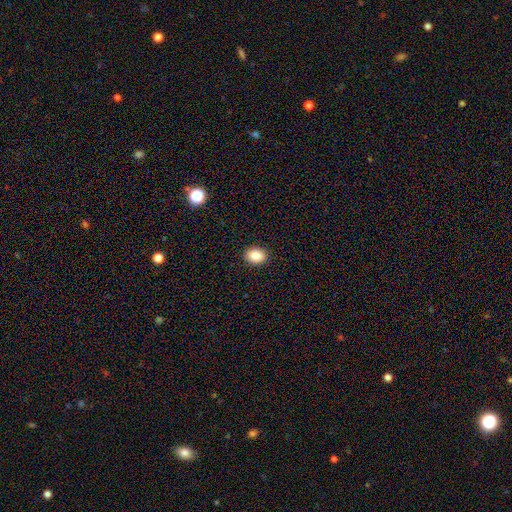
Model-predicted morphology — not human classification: The model was most divided on "how rounded": in between: 66%, round: 33%, cigar-shaped: 1%. More confident: merging — none (90%); smooth or featured — smooth (87%).